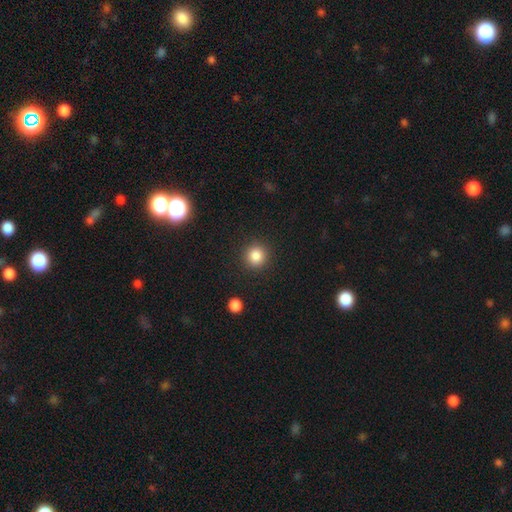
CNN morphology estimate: This is clearly a smooth galaxy (84%). How rounded: clearly round (93%). Merging: clearly none (90%).